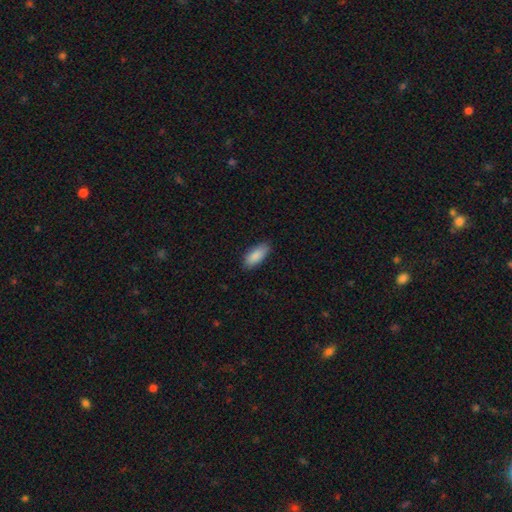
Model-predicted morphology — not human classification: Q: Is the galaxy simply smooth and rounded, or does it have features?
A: smooth — 88%.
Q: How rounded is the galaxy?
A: in between — 85%.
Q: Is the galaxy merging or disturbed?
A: none — 85%.